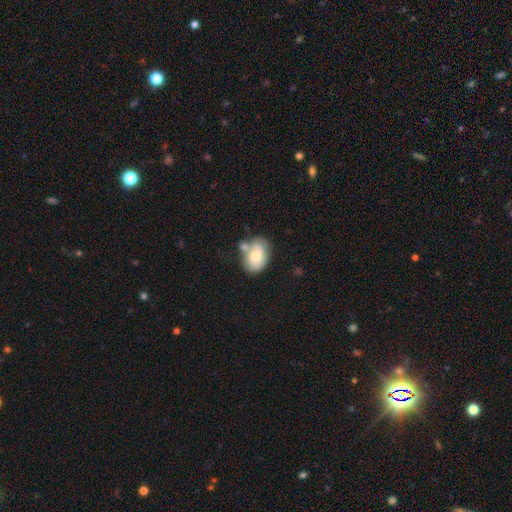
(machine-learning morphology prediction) Smooth or featured?
  - smooth: 69% *
  - featured or disk: 24%
  - star or artifact: 7%
How rounded?
  - in between: 78% *
  - round: 21%
  - cigar-shaped: 1%
Merging?
  - none: 52% *
  - merger: 22%
  - minor disturbance: 20%
  - major disturbance: 6%